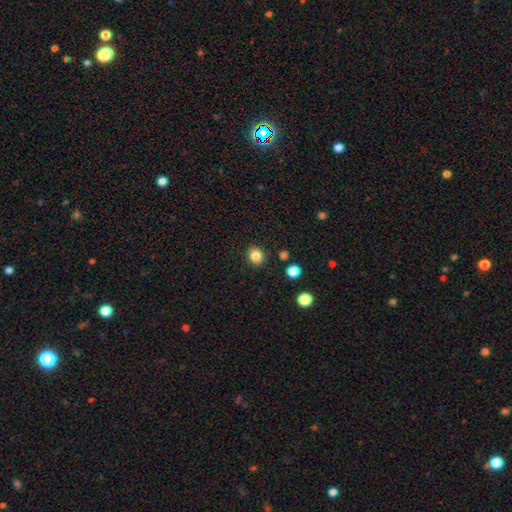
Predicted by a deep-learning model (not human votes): This is clearly a smooth galaxy (84%). How rounded: likely round (77%). Merging: clearly none (89%).